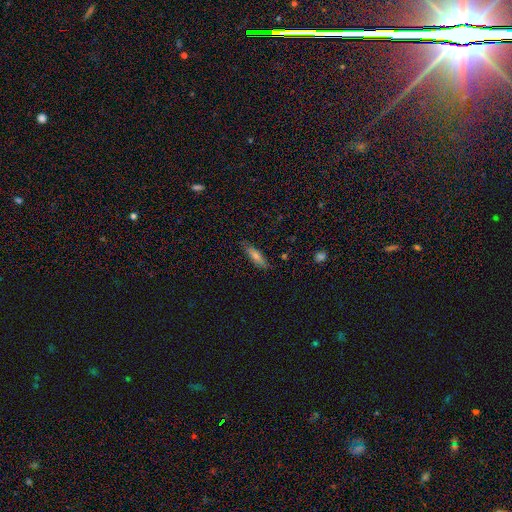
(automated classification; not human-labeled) Overall: smooth (58%; featured or disk 31%). How rounded: cigar-shaped (67%; in between 30%). Merging: none (83%).